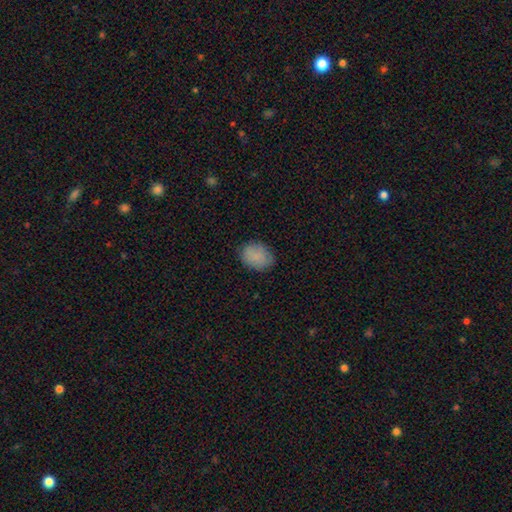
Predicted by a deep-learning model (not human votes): The model was most divided on "how rounded": in between: 63%, round: 36%, cigar-shaped: 1%. More confident: smooth or featured — smooth (87%); merging — none (81%).